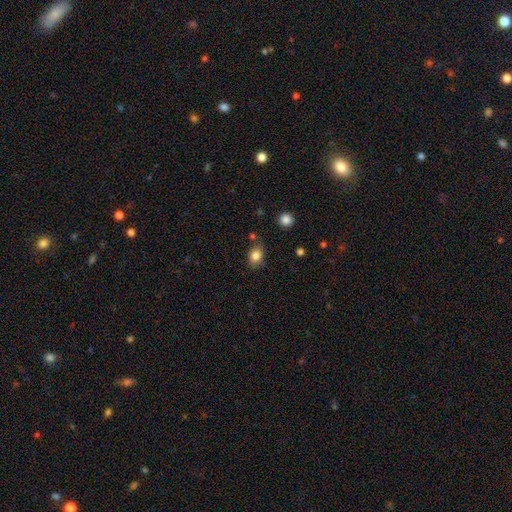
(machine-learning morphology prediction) A smooth galaxy with no disk features (84%) that is in between round and cigar-shaped (61%). Merging: none (76%).